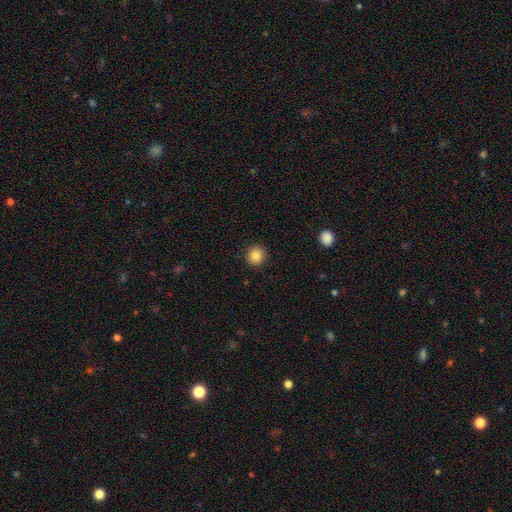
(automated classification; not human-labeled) Morphology: type=smooth (86%); roundness=round (92%); merging=none (92%).